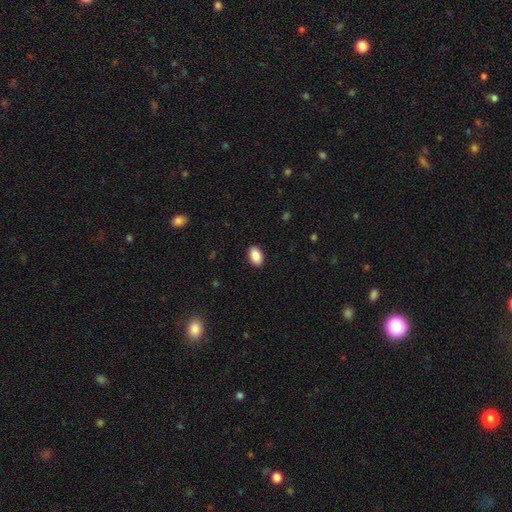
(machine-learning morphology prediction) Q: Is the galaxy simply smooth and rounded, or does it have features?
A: smooth — 88%.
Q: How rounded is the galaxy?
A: in between — 88%.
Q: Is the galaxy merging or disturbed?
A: none — 90%.